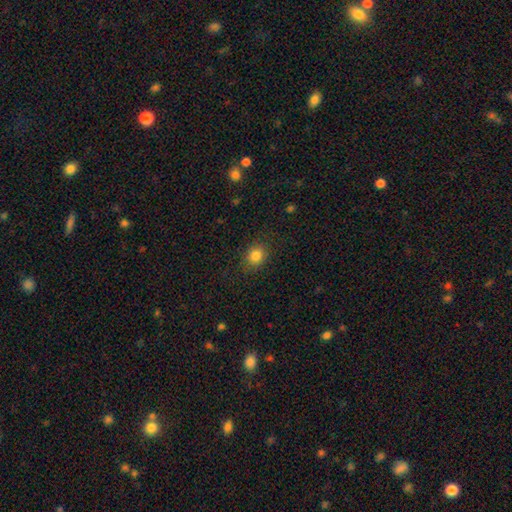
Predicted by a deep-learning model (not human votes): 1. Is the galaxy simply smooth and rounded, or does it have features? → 83% smooth, 11% star or artifact, 5% featured or disk.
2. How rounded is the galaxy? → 67% round, 32% in between, 1% cigar-shaped.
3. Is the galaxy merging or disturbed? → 86% none, 10% minor disturbance, 3% major disturbance, 1% merger.